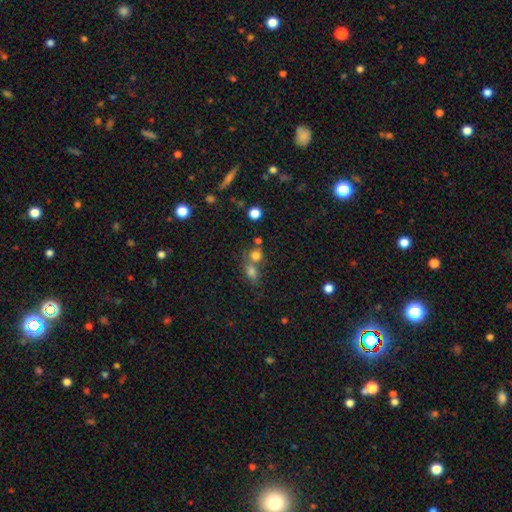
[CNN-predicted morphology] A smooth galaxy with no disk features (73%) that is round (71%).

Vote fractions:
- Smooth or featured? smooth: 73% / star or artifact: 17% / featured or disk: 11%
- How rounded? round: 71% / in between: 28% / cigar-shaped: 2%
- Merging? merger: 47% / none: 40% / minor disturbance: 8% / major disturbance: 5%